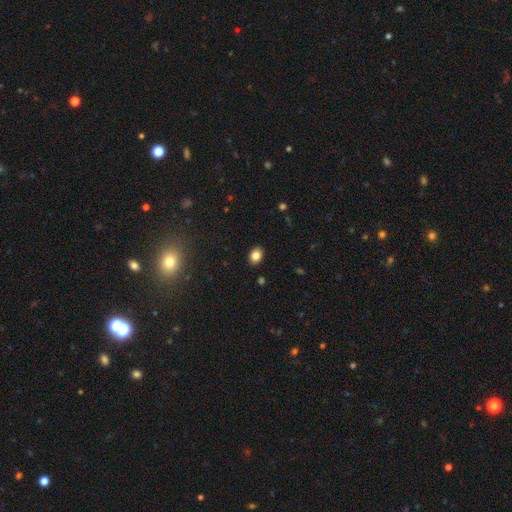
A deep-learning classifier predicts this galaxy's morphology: The model was most divided on "how rounded": in between: 60%, round: 39%, cigar-shaped: 1%. More confident: merging — none (89%); smooth or featured — smooth (82%).